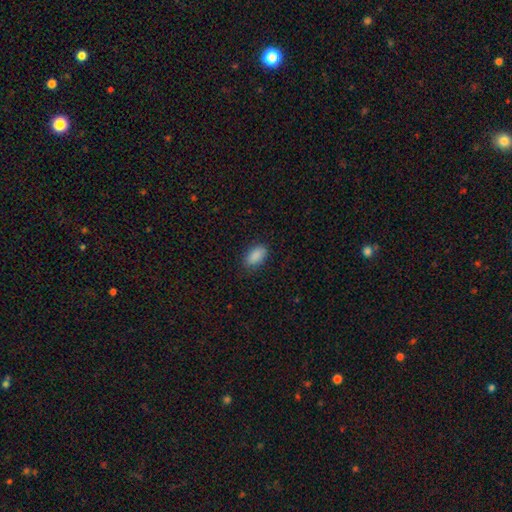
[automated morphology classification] This appears to be a smooth galaxy with no disk features (89%) that is in between round and cigar-shaped (92%). Merging: none (84%).